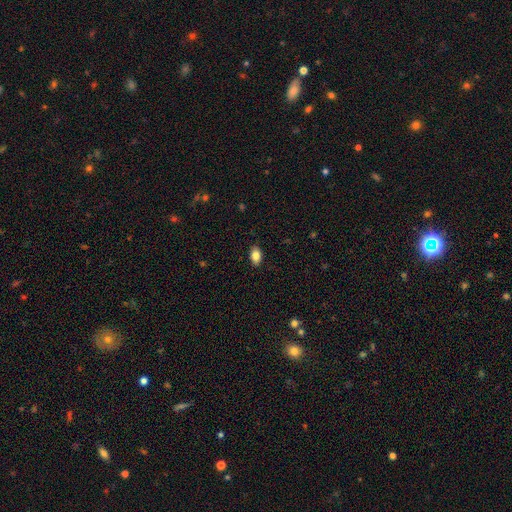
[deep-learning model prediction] smooth 83%, featured or disk 8%, star or artifact 8%. Down the decision tree: how rounded — in between (89%); merging — none (88%).